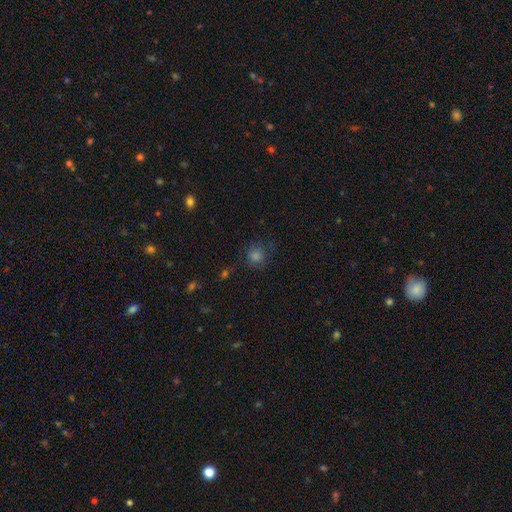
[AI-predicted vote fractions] Smooth or featured? smooth (70%)
How rounded? round (88%)
Merging? none (74%)